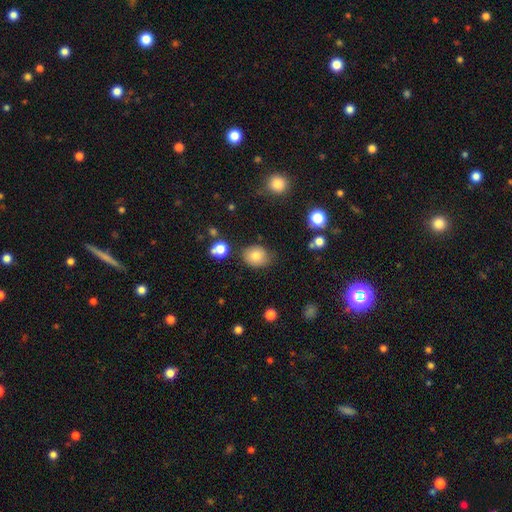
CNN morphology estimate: The model was most divided on "how rounded": round: 51%, in between: 48%, cigar-shaped: 1%. More confident: smooth or featured — smooth (80%); merging — none (74%).